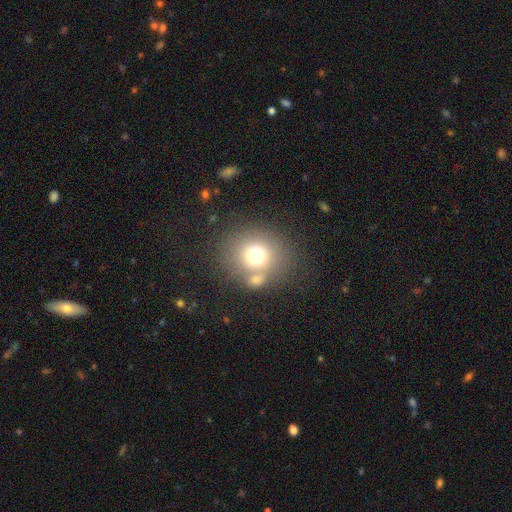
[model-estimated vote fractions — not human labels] Smooth or featured: smooth — 71% (featured or disk — 16%)
How rounded: round — 78% (in between — 21%)
Merging: none — 61% (merger — 21%)